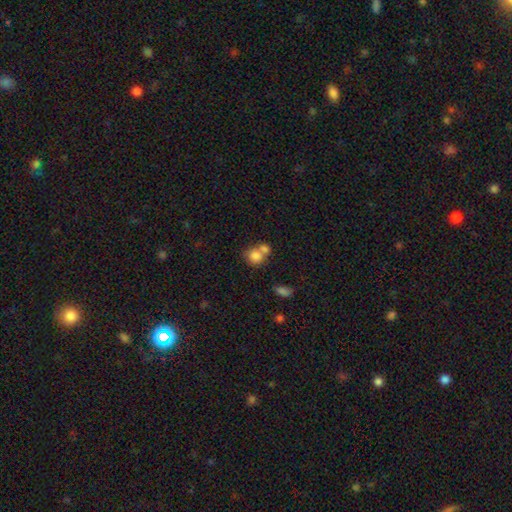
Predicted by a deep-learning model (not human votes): Smooth or featured?
  - smooth: 79% *
  - featured or disk: 12%
  - star or artifact: 9%
How rounded?
  - round: 73% *
  - in between: 26%
  - cigar-shaped: 1%
Merging?
  - merger: 53% *
  - none: 35%
  - minor disturbance: 9%
  - major disturbance: 4%